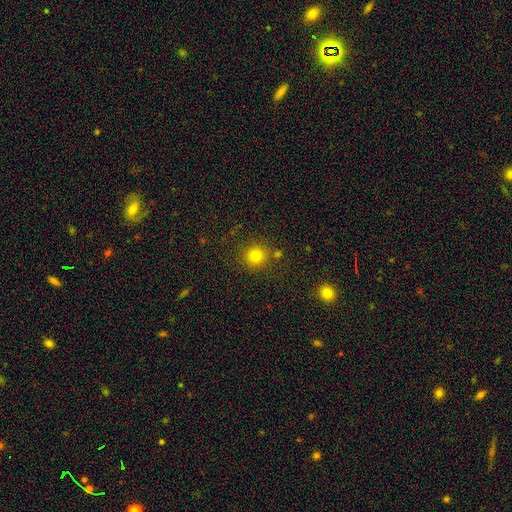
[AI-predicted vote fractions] smooth_or_featured: smooth (p=0.79) [alt: star or artifact p=0.15]
how_rounded: round (p=0.92) [alt: in between p=0.07]
merging: none (p=0.83) [alt: minor disturbance p=0.08]